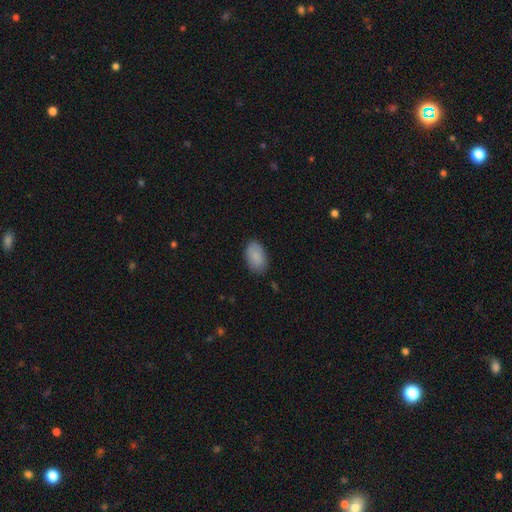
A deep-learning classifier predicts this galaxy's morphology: Smooth or featured? Predicted: smooth (p=0.87). How rounded? Predicted: in between (p=0.92). Merging? Predicted: none (p=0.81).